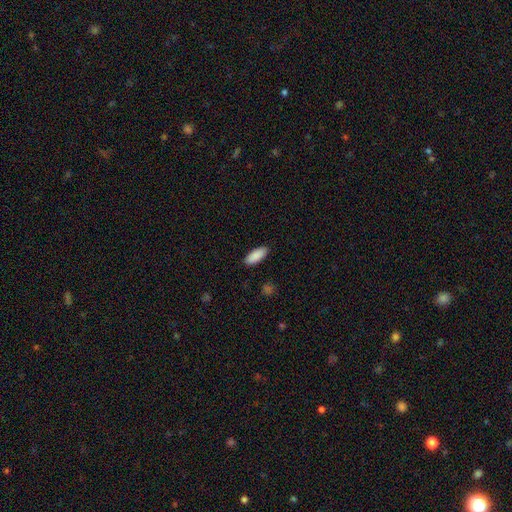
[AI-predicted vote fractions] Overall: smooth (90%). How rounded: in between (80%). Merging: none (90%).